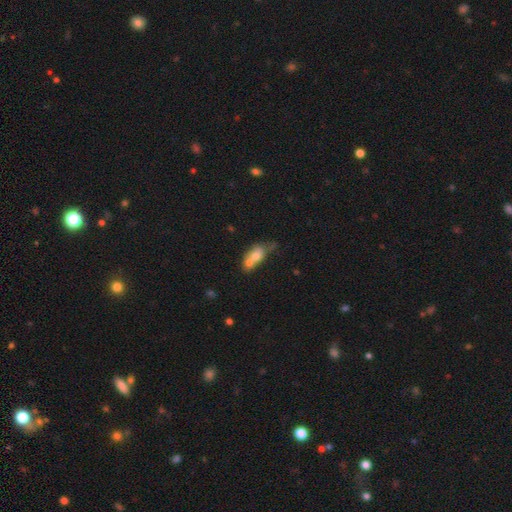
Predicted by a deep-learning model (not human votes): Smooth or featured? smooth (64%)
How rounded? in between (70%)
Merging? merger (60%)